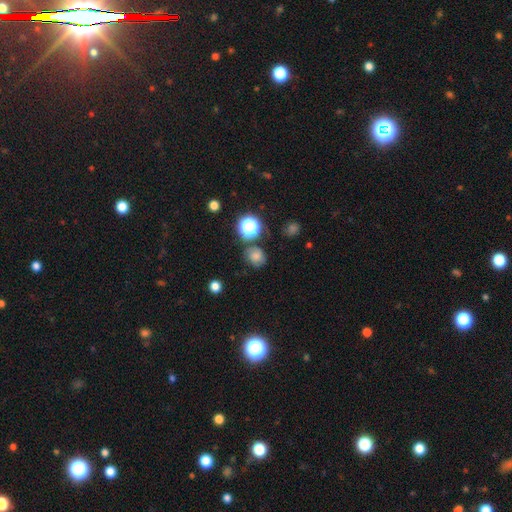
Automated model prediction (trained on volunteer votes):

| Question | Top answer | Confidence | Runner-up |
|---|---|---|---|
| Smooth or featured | smooth | 70% | star or artifact (20%) |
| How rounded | round | 75% | in between (24%) |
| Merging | none | 73% | minor disturbance (16%) |